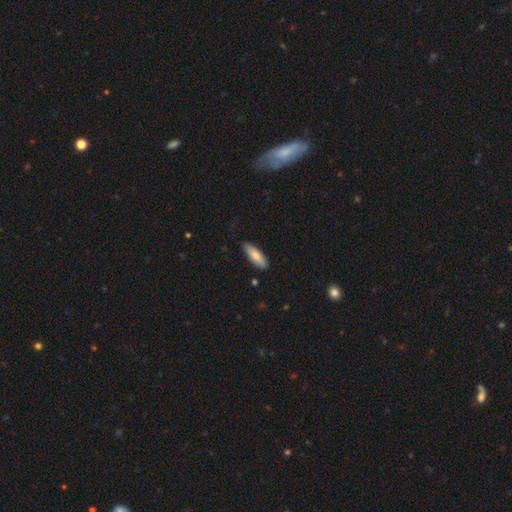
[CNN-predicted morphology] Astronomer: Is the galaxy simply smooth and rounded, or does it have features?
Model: smooth — 79%.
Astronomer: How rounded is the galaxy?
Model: in between — 55% (runner-up: cigar-shaped, 43%).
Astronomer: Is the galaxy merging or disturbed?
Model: none — 85%.